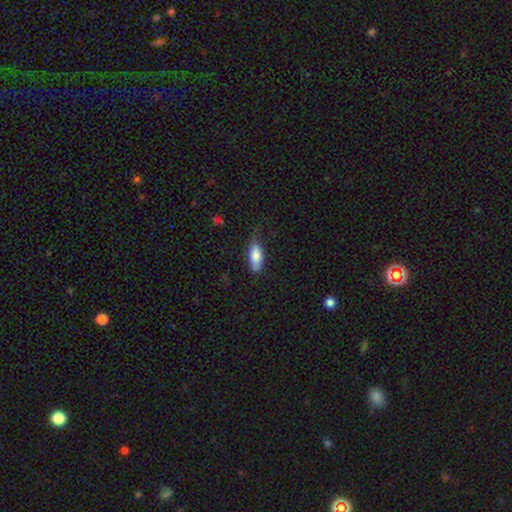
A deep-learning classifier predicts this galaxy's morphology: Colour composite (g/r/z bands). It shows a smooth galaxy with no disk features (80%) that is in between round and cigar-shaped (79%). Merging: none (55%).